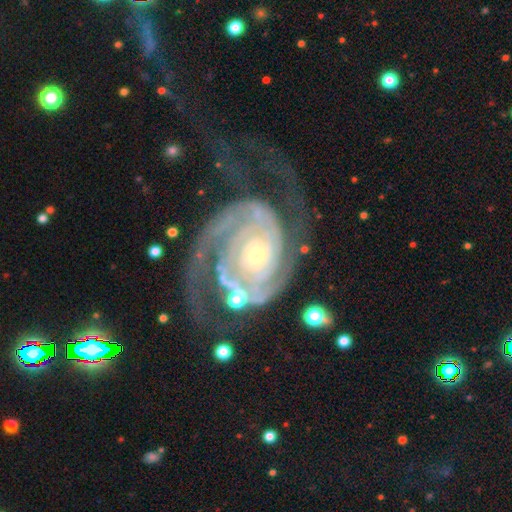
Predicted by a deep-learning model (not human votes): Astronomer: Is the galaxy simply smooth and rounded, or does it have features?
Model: featured or disk — 92%.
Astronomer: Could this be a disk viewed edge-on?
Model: no — 97%.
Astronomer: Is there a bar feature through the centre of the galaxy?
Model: no — 73%.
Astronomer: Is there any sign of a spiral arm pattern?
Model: yes — 98%.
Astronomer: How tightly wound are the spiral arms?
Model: tight — 66%.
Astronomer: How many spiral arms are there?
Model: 2 — 64%.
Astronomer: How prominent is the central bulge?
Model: small — 74%.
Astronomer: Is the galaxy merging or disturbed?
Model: none — 47% (runner-up: major disturbance, 30%).